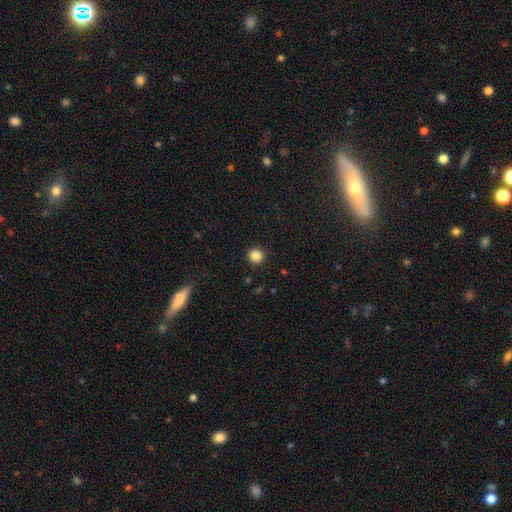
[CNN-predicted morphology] Q: Smooth or featured?
A: smooth (86%); runner-up: star or artifact (10%)
Q: How rounded?
A: round (91%); runner-up: in between (8%)
Q: Merging?
A: none (91%); runner-up: minor disturbance (6%)